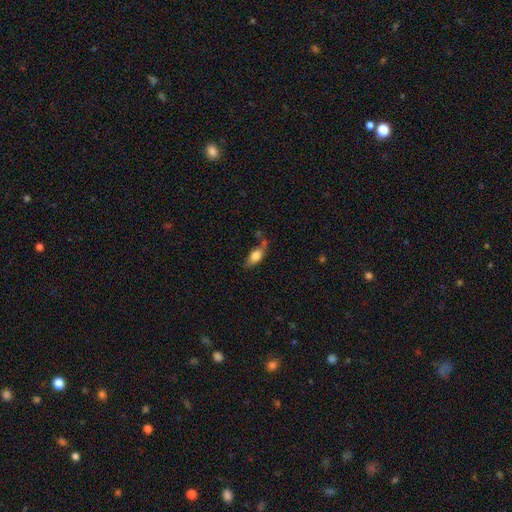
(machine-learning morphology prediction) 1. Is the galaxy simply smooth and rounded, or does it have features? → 71% smooth, 21% featured or disk, 8% star or artifact.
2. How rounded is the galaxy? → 79% in between, 15% cigar-shaped, 6% round.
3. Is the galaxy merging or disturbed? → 51% none, 26% minor disturbance, 14% merger, 9% major disturbance.